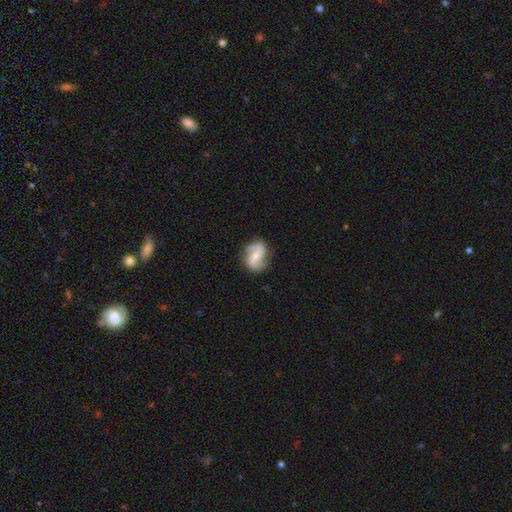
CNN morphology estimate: A featured or disk galaxy (76%) with no bar (43%), 2 (91%) loose (44%) spiral arms (95%) and a moderate central bulge (47%).

Vote fractions:
- Smooth or featured? featured or disk: 76% / smooth: 18% / star or artifact: 6%
- Edge-on disk? no: 97% / yes: 3%
- Bar? no: 43% / weak: 41% / strong: 16%
- Spiral arms? yes: 95% / no: 5%
- Spiral winding? loose: 44% / medium: 42% / tight: 14%
- Spiral arm count? 2: 91% / can't tell: 4% / 1: 2% / 3: 2% / 4: 1% / more than 4: 1%
- Bulge size? moderate: 47% / small: 46% / none: 4% / large: 2% / dominant: 1%
- Merging? none: 78% / minor disturbance: 16% / major disturbance: 5% / merger: 1%